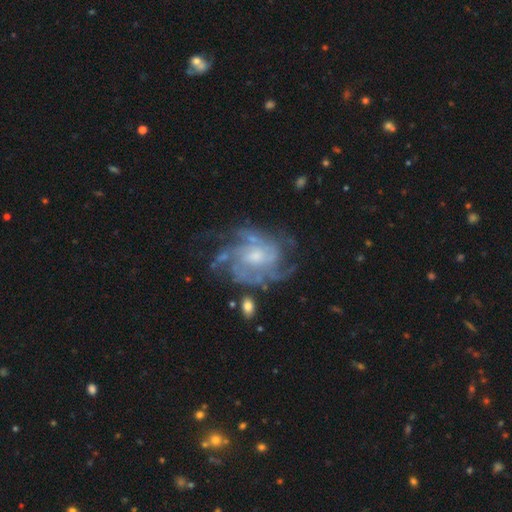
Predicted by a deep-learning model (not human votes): A featured or disk galaxy (87%) with no bar (63%), tight (48%) spiral arms (94%) and a moderate central bulge (49%). Merging: none (64%).